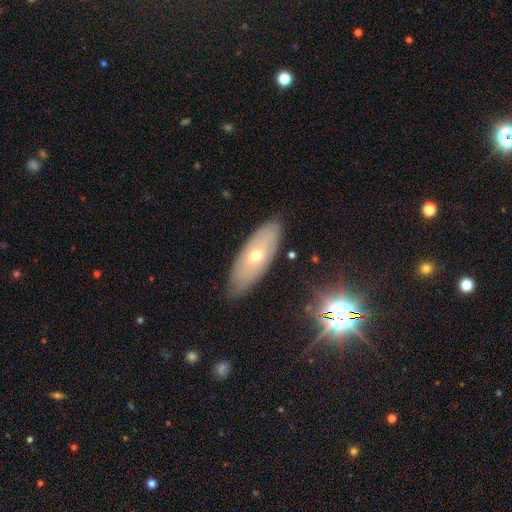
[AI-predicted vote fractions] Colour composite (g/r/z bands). It shows a smooth galaxy with no disk features (46%, tied with featured or disk). Merging: none (81%).